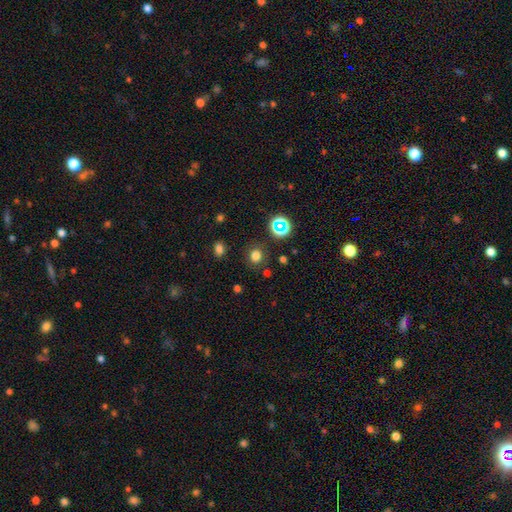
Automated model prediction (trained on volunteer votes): The model was most divided on "smooth or featured": smooth: 75%, star or artifact: 19%, featured or disk: 6%. More confident: merging — none (85%); how rounded — round (82%).